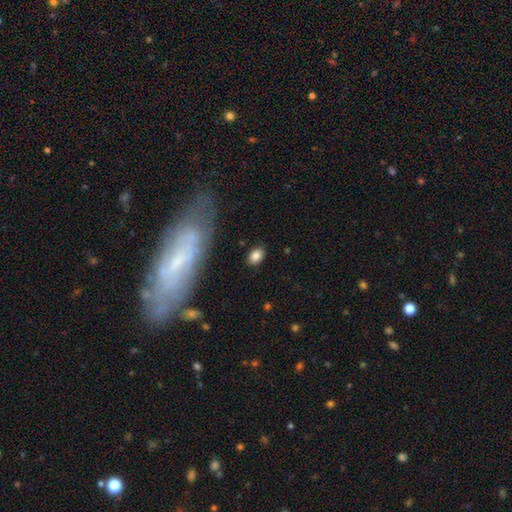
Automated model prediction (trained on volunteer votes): smooth 83%, star or artifact 9%, featured or disk 8%. Down the decision tree: how rounded — in between (77%); merging — none (84%).